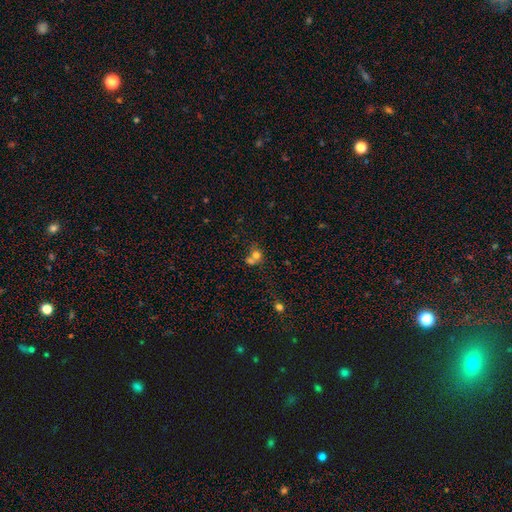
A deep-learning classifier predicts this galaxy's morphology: The model was most divided on "merging": merger: 54%, none: 32%, minor disturbance: 8%, major disturbance: 5%. More confident: how rounded — round (72%); smooth or featured — smooth (70%).